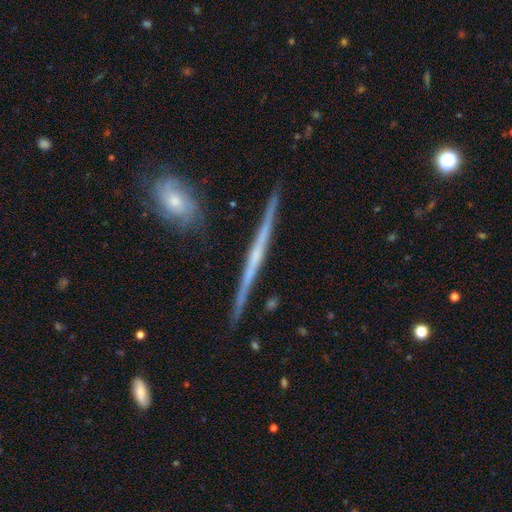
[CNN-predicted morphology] smooth_or_featured: featured or disk (p=0.73) [alt: smooth p=0.21]
disk_edge_on: yes (p=0.98) [alt: no p=0.02]
edge_on_bulge: none (p=0.71) [alt: rounded p=0.20]
merging: none (p=0.89) [alt: minor disturbance p=0.08]